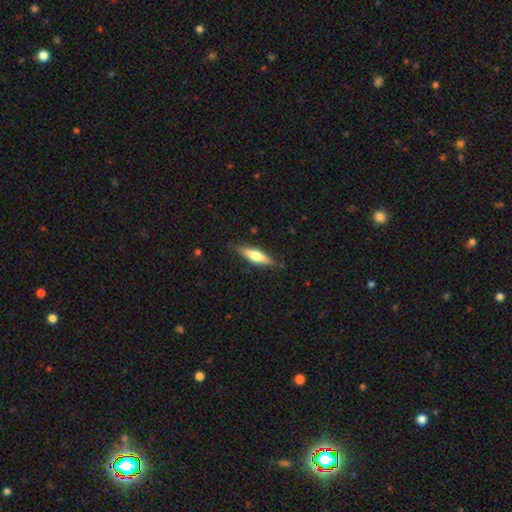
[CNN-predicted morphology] smooth-or-featured: smooth: 54% | featured or disk: 40% | star or artifact: 6%
  how-rounded: cigar-shaped: 68% | in between: 30% | round: 2%
  merging: none: 84% | minor disturbance: 13% | major disturbance: 3% | merger: 1%